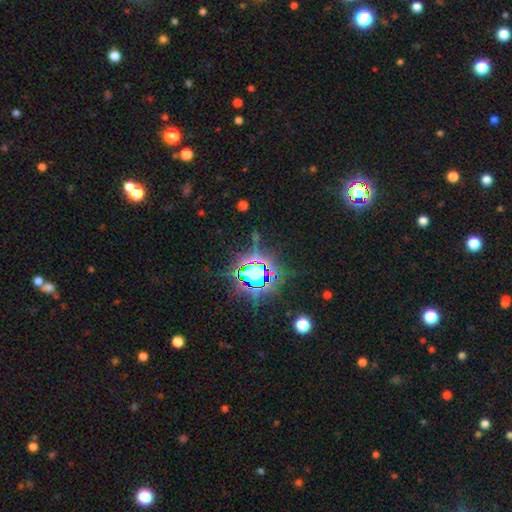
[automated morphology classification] smooth-or-featured: star or artifact: 80% | smooth: 12% | featured or disk: 8%